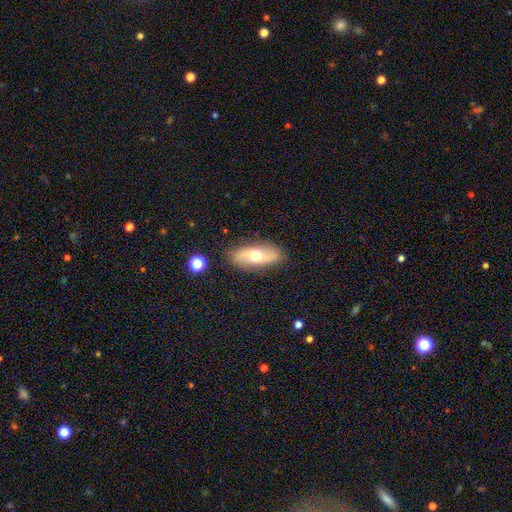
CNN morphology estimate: A smooth galaxy with no disk features (52%) that is in between round and cigar-shaped (78%). Merging: none (84%).